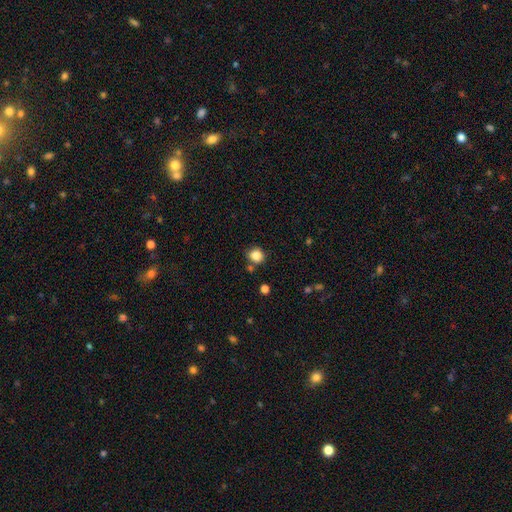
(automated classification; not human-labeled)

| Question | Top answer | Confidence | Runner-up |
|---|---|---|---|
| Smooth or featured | smooth | 85% | star or artifact (11%) |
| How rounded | round | 84% | in between (15%) |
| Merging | none | 77% | minor disturbance (11%) |